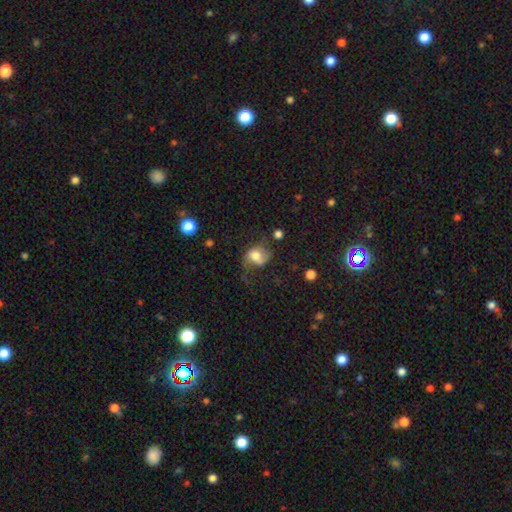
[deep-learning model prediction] Q: Smooth or featured?
A: smooth (51%); runner-up: featured or disk (40%)
Q: How rounded?
A: in between (50%); runner-up: round (49%)
Q: Merging?
A: none (38%); runner-up: major disturbance (33%)